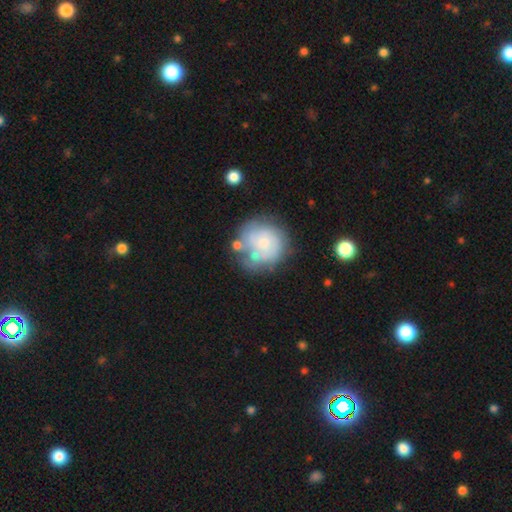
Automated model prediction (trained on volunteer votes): Smooth or featured?
  - featured or disk: 52% *
  - smooth: 40%
  - star or artifact: 8%
Edge-on disk?
  - no: 98% *
  - yes: 2%
Bar?
  - no: 81% *
  - weak: 16%
  - strong: 3%
Spiral arms?
  - yes: 54% *
  - no: 46%
Bulge size?
  - small: 46% *
  - moderate: 37%
  - none: 10%
  - large: 5%
  - dominant: 2%
Merging?
  - none: 48% *
  - minor disturbance: 23%
  - major disturbance: 16%
  - merger: 14%